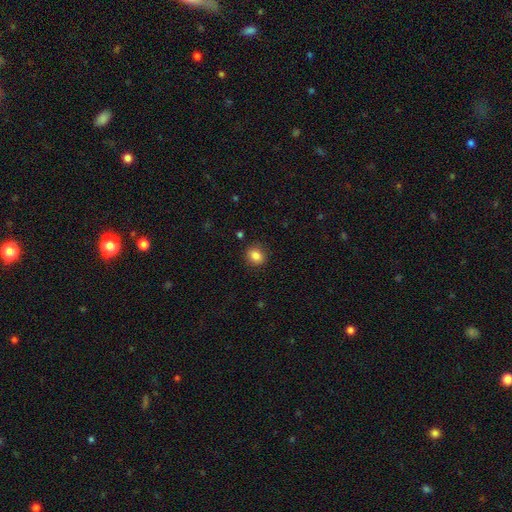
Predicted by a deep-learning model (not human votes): A smooth galaxy with no disk features (84%) that is round (58%). Merging: none (88%).